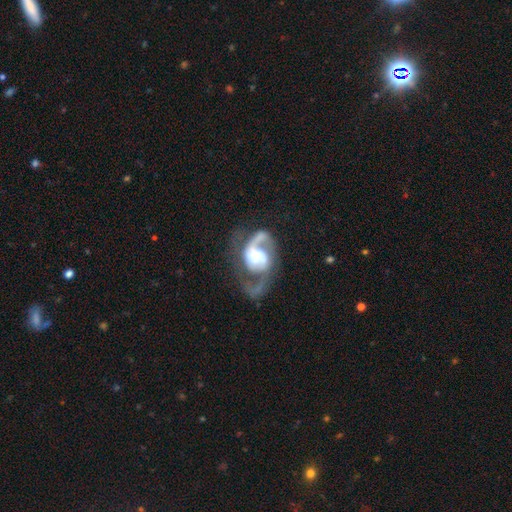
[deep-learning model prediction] Q: Smooth or featured?
A: featured or disk (86%); runner-up: smooth (9%)
Q: Edge-on disk?
A: no (98%); runner-up: yes (2%)
Q: Bar?
A: no (53%); runner-up: weak (34%)
Q: Spiral arms?
A: yes (94%); runner-up: no (6%)
Q: Spiral winding?
A: medium (49%); runner-up: loose (34%)
Q: Spiral arm count?
A: 2 (74%); runner-up: 1 (15%)
Q: Bulge size?
A: moderate (60%); runner-up: small (19%)
Q: Merging?
A: none (42%); runner-up: major disturbance (36%)